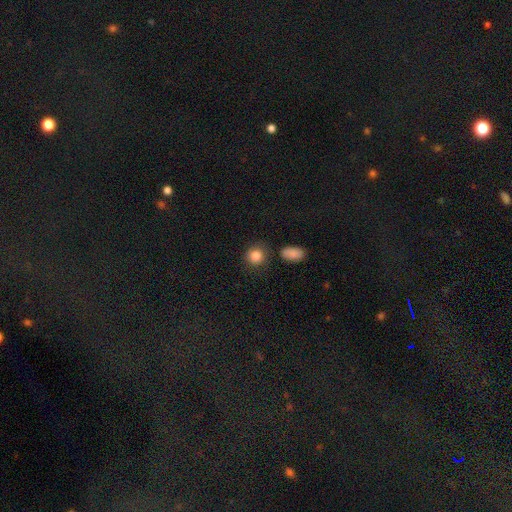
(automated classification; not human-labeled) A smooth galaxy with no disk features (86%) that is round (83%).

Vote fractions:
- Smooth or featured? smooth: 86% / star or artifact: 9% / featured or disk: 5%
- How rounded? round: 83% / in between: 16% / cigar-shaped: 1%
- Merging? none: 80% / minor disturbance: 11% / merger: 6% / major disturbance: 3%